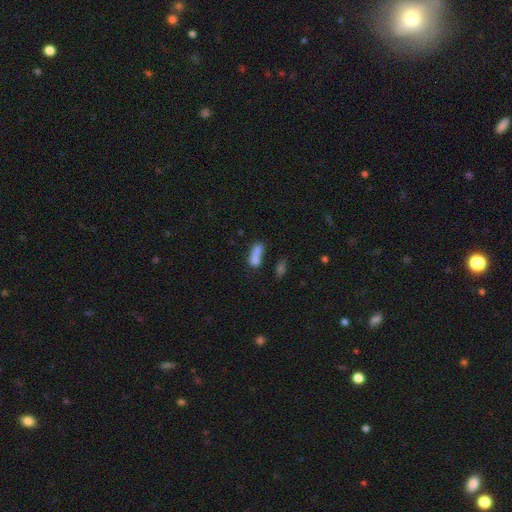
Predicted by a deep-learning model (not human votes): The model was most divided on "merging": merger: 55%, none: 25%, minor disturbance: 11%, major disturbance: 9%. More confident: smooth or featured — smooth (73%); how rounded — in between (67%).